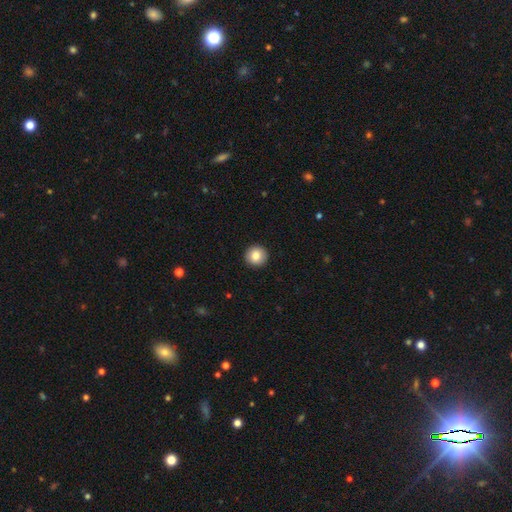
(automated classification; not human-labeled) smooth 84%, star or artifact 8%, featured or disk 8%. Down the decision tree: how rounded — round (95%); merging — none (93%).